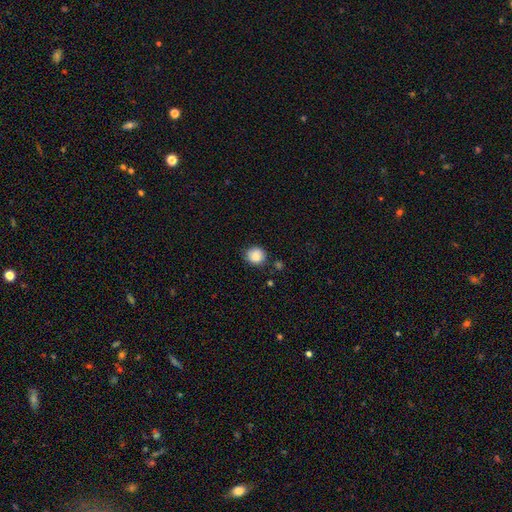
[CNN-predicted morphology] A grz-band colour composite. It shows a smooth galaxy with no disk features (85%) that is round (83%). Merging: none (76%).